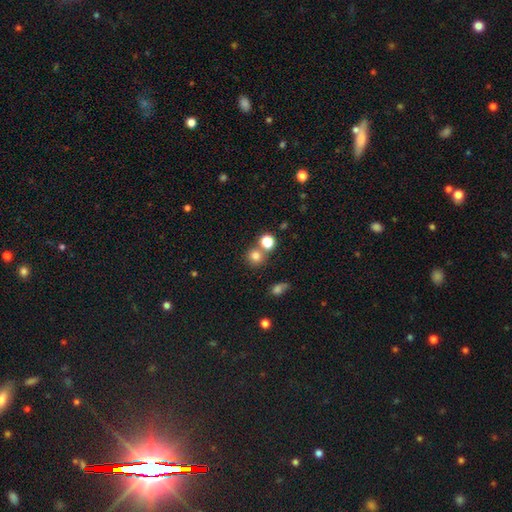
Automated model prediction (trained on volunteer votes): This is likely a smooth galaxy (76%). How rounded: clearly round (89%). Merging: likely none (67%).